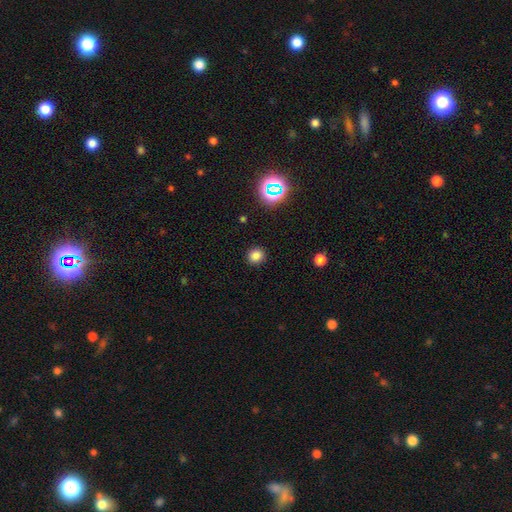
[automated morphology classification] This is likely a smooth galaxy (80%). How rounded: clearly round (89%). Merging: clearly none (91%).